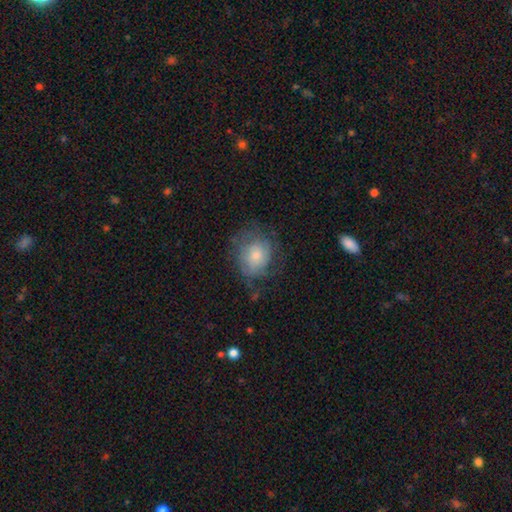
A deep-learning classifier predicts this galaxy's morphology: smooth_or_featured: smooth (p=0.49) [alt: featured or disk p=0.43]
merging: none (p=0.57) [alt: minor disturbance p=0.24]